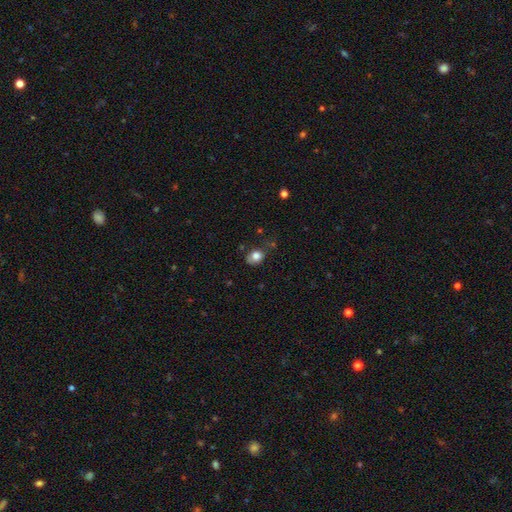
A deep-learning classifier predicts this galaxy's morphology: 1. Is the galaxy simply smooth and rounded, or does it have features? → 79% smooth, 11% featured or disk, 10% star or artifact.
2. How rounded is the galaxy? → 50% in between, 49% round, 1% cigar-shaped.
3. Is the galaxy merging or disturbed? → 61% none, 26% minor disturbance, 8% major disturbance, 4% merger.